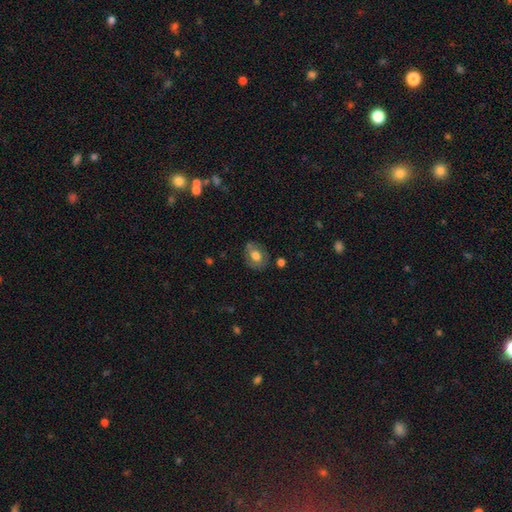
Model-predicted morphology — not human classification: Overall: smooth (60%; featured or disk 32%). How rounded: in between (68%; round 30%). Merging: none (72%).